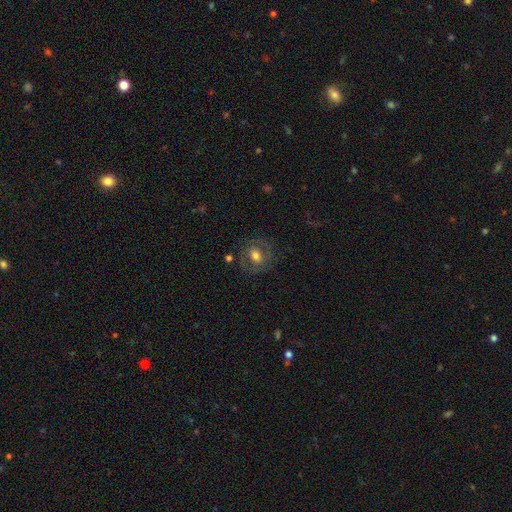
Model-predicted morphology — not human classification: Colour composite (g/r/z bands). It shows a featured or disk galaxy (51%). Merging: none (74%).